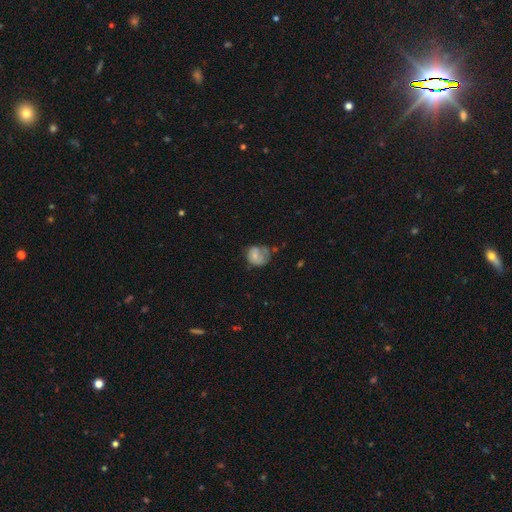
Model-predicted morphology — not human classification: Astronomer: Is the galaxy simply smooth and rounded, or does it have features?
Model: smooth — 60%.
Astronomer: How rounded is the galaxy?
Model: round — 65%.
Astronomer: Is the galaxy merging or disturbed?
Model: none — 38% (runner-up: minor disturbance, 32%).